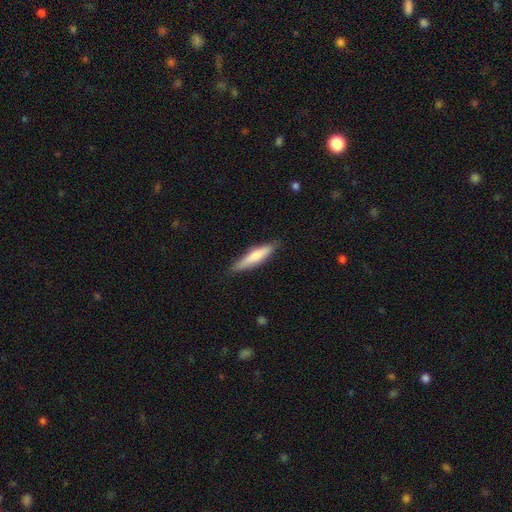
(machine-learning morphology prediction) Smooth or featured?
  - smooth: 71% *
  - featured or disk: 24%
  - star or artifact: 5%
How rounded?
  - cigar-shaped: 82% *
  - in between: 17%
  - round: 1%
Merging?
  - none: 82% *
  - minor disturbance: 14%
  - major disturbance: 2%
  - merger: 1%